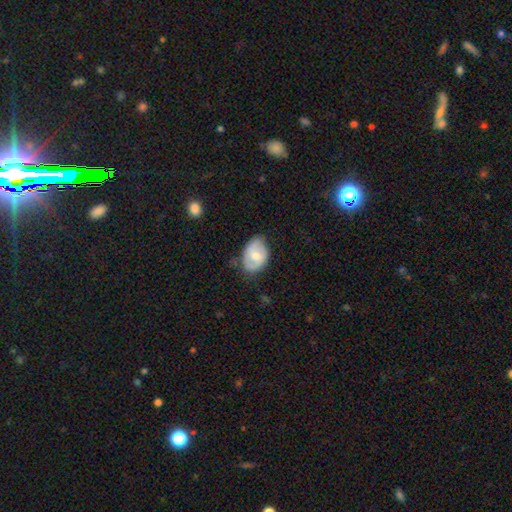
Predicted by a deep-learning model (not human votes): Smooth or featured: smooth — 56% (featured or disk — 38%)
How rounded: in between — 81% (round — 18%)
Merging: none — 64% (minor disturbance — 28%)